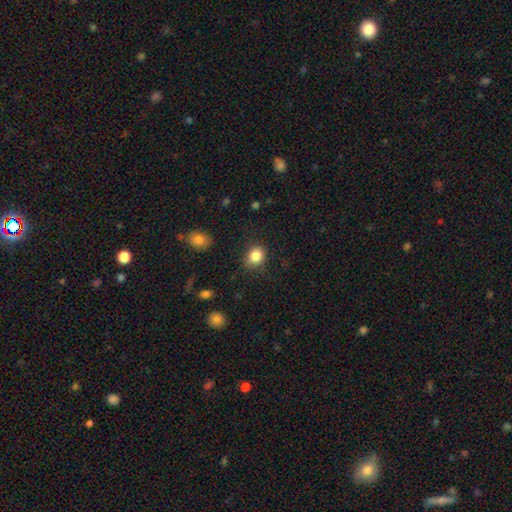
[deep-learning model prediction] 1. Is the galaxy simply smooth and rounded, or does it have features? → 84% smooth, 10% star or artifact, 6% featured or disk.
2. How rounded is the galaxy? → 59% round, 40% in between, 1% cigar-shaped.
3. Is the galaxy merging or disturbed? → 81% none, 14% minor disturbance, 4% major disturbance, 2% merger.